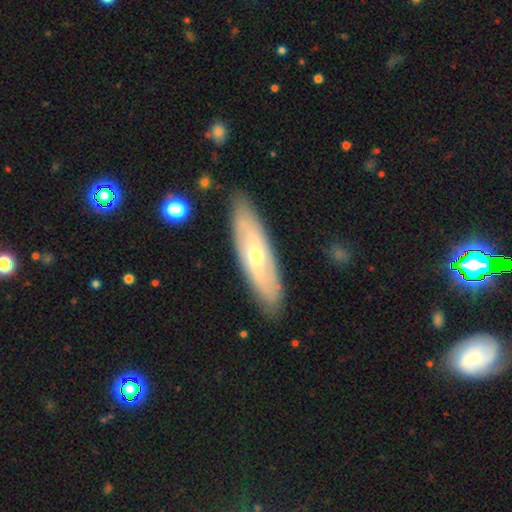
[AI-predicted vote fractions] A featured or disk galaxy (62%).

Vote fractions:
- Smooth or featured? featured or disk: 62% / smooth: 32% / star or artifact: 6%
- Edge-on disk? no: 62% / yes: 38%
- Merging? none: 87% / minor disturbance: 10% / major disturbance: 2% / merger: 1%